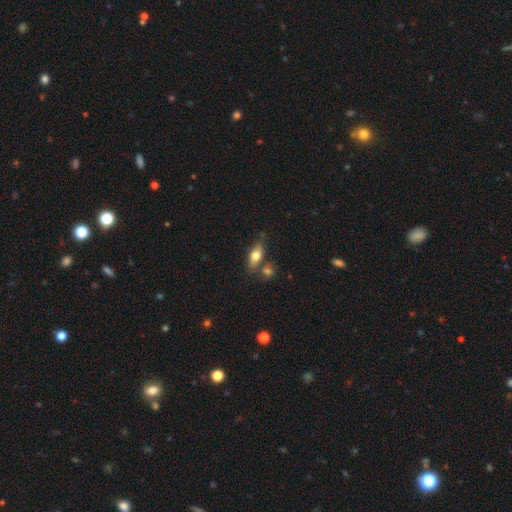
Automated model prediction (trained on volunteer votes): smooth 70%, featured or disk 22%, star or artifact 7%. Down the decision tree: how rounded — in between (78%); merging — none (63%).